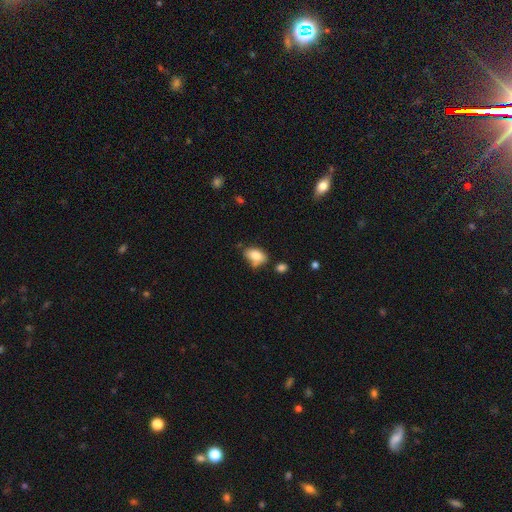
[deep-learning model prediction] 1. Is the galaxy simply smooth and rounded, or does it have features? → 81% smooth, 11% featured or disk, 8% star or artifact.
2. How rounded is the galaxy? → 87% in between, 11% round, 2% cigar-shaped.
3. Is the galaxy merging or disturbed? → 56% none, 26% minor disturbance, 11% merger, 6% major disturbance.